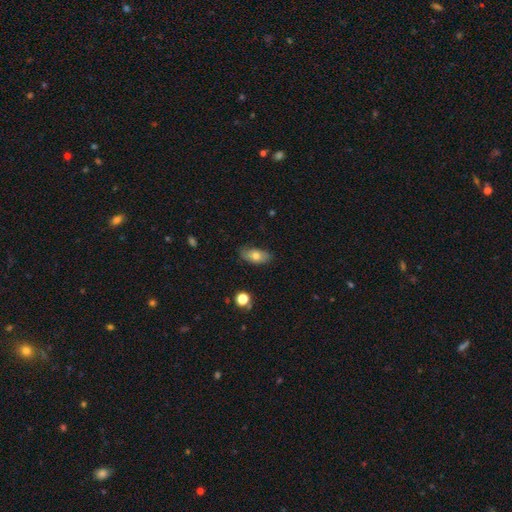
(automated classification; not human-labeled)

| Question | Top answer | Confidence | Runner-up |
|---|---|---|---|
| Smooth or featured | smooth | 69% | featured or disk (23%) |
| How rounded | in between | 89% | round (6%) |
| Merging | none | 80% | minor disturbance (16%) |